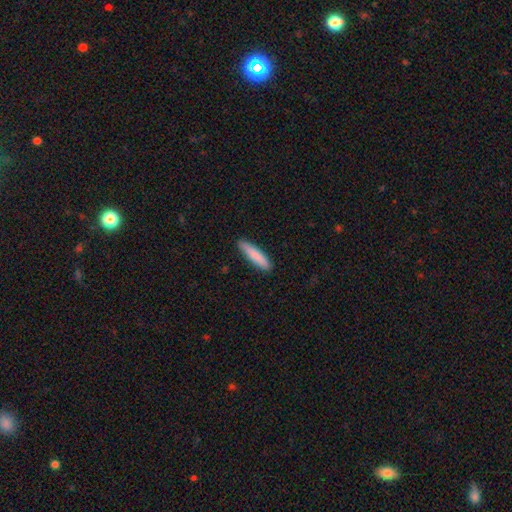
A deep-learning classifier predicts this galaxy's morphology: smooth_or_featured: smooth (p=0.84) [alt: featured or disk p=0.10]
how_rounded: cigar-shaped (p=0.84) [alt: in between p=0.15]
merging: none (p=0.87) [alt: minor disturbance p=0.10]